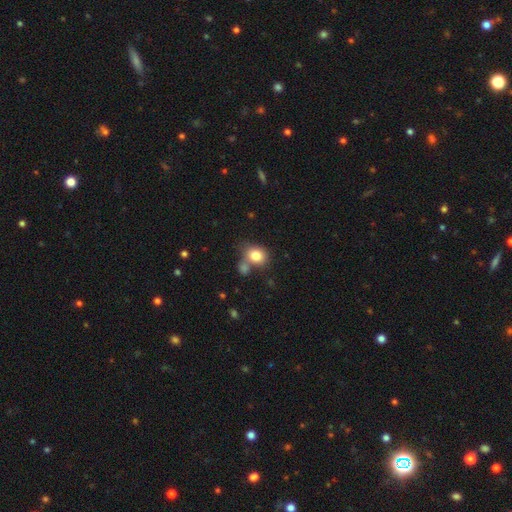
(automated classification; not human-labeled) Smooth or featured? smooth (81%)
How rounded? round (58%)
Merging? none (54%)